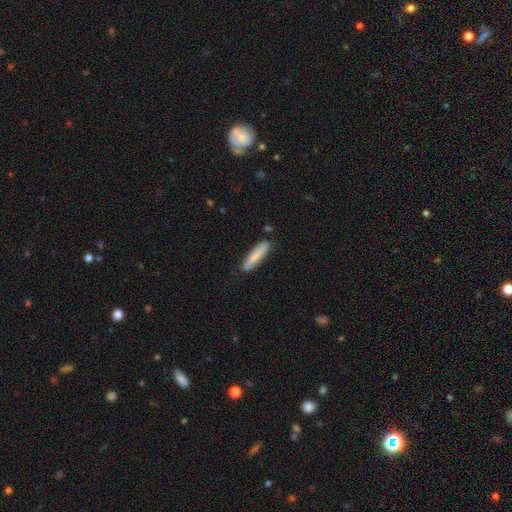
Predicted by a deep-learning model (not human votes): smooth_or_featured: smooth (p=0.79) [alt: featured or disk p=0.15]
how_rounded: cigar-shaped (p=0.88) [alt: in between p=0.11]
merging: none (p=0.86) [alt: minor disturbance p=0.11]